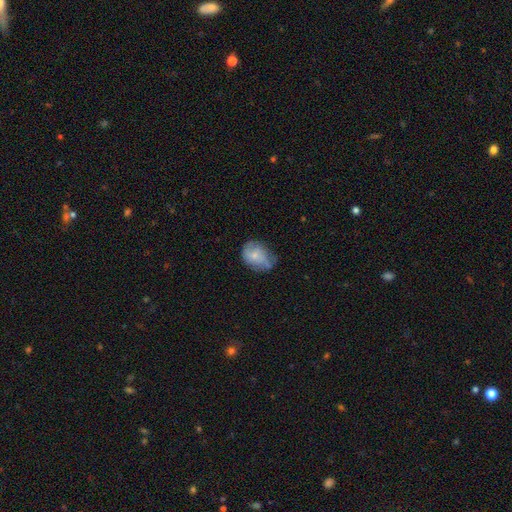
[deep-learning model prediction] Morphology: type=smooth (61%); roundness=in between (61%); merging=minor disturbance (40%).